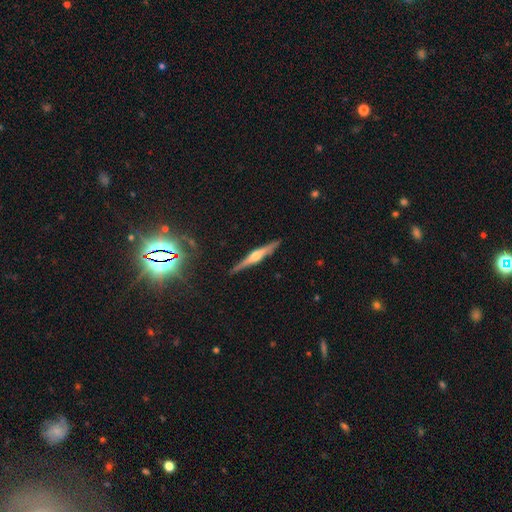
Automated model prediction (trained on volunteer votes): Smooth or featured? featured or disk (72%)
Edge-on disk? yes (98%)
Edge-on bulge? rounded (86%)
Merging? none (89%)